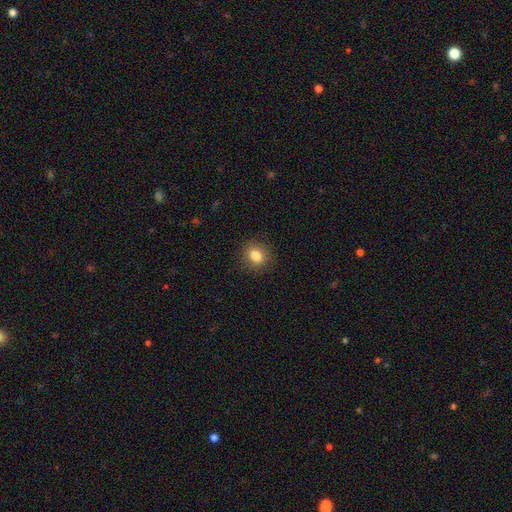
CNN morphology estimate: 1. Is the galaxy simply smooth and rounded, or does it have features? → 83% smooth, 10% star or artifact, 7% featured or disk.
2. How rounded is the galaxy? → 65% round, 34% in between, 1% cigar-shaped.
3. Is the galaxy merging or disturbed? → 89% none, 8% minor disturbance, 2% major disturbance, 1% merger.